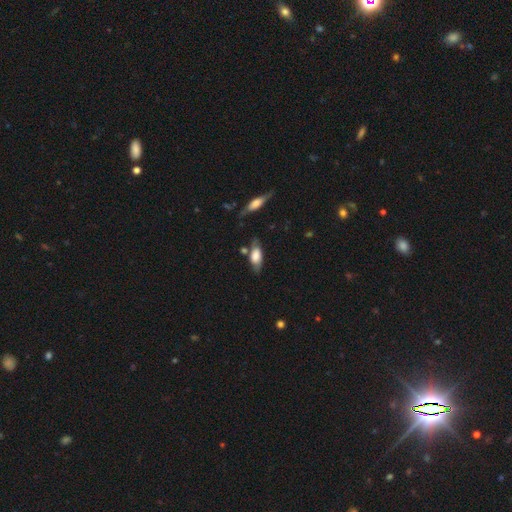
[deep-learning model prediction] Q: Smooth or featured?
A: smooth (68%); runner-up: featured or disk (25%)
Q: How rounded?
A: in between (80%); runner-up: cigar-shaped (17%)
Q: Merging?
A: none (60%); runner-up: minor disturbance (24%)